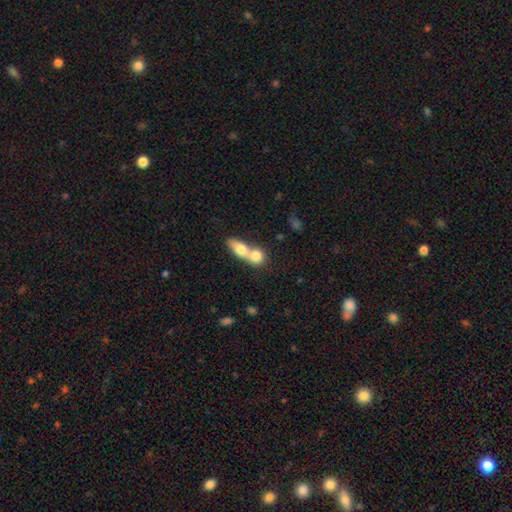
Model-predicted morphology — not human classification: smooth_or_featured: smooth (p=0.75) [alt: featured or disk p=0.18]
how_rounded: round (p=0.51) [alt: in between p=0.42]
merging: merger (p=0.77) [alt: none p=0.16]